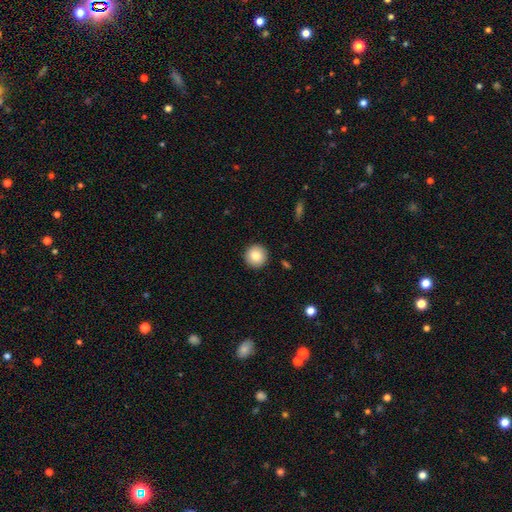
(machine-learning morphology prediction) This is clearly a smooth galaxy (85%). How rounded: clearly round (95%). Merging: clearly none (92%).